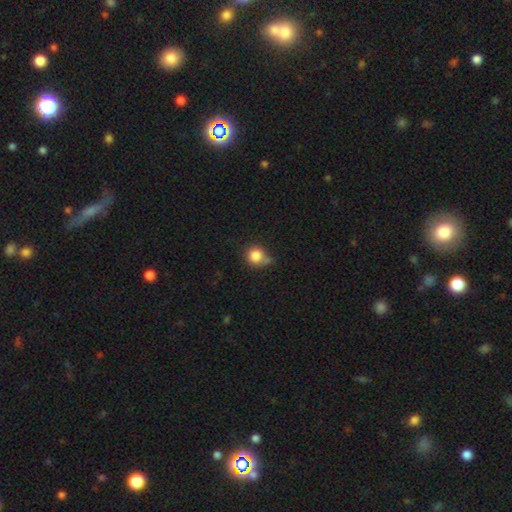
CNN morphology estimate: Smooth or featured: smooth — 83% (star or artifact — 10%)
How rounded: round — 87% (in between — 12%)
Merging: none — 53% (minor disturbance — 28%)